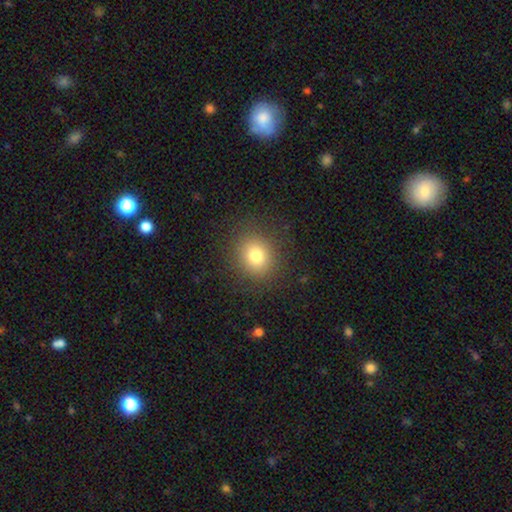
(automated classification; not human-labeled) A smooth galaxy with no disk features (77%) that is round (82%).

Vote fractions:
- Smooth or featured? smooth: 77% / star or artifact: 13% / featured or disk: 9%
- How rounded? round: 82% / in between: 18% / cigar-shaped: 1%
- Merging? none: 88% / minor disturbance: 7% / major disturbance: 4% / merger: 1%